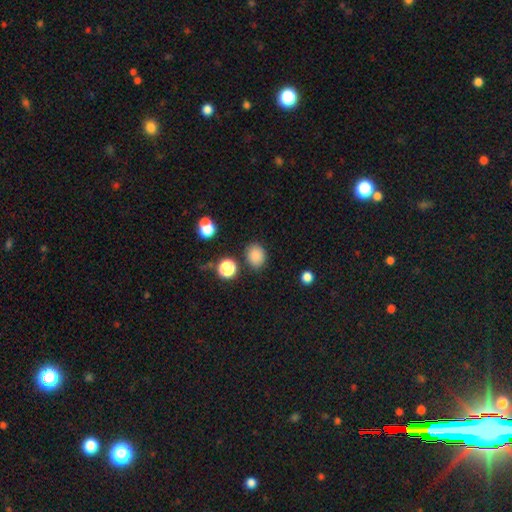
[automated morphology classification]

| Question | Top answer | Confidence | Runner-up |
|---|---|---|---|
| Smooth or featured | smooth | 84% | star or artifact (12%) |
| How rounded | round | 54% | in between (45%) |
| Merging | none | 83% | minor disturbance (11%) |